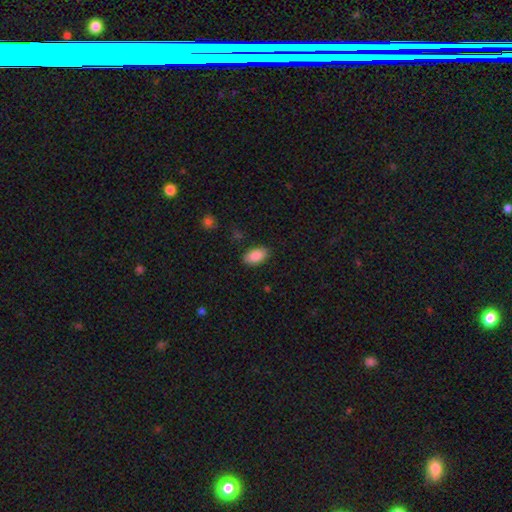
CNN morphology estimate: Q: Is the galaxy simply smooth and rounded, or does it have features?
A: smooth — 87%.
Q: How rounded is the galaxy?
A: in between — 94%.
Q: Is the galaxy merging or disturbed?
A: none — 86%.